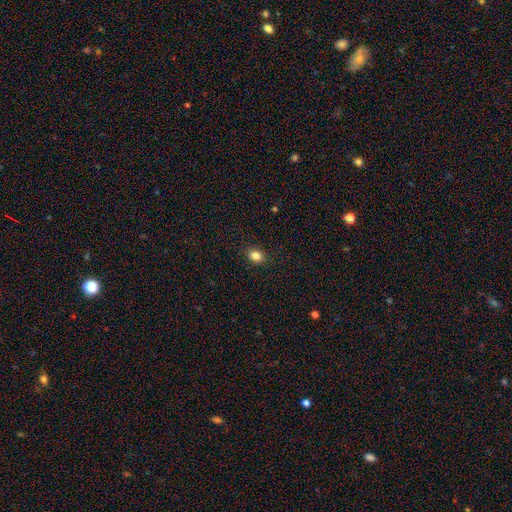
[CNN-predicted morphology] smooth-or-featured: smooth: 84% | star or artifact: 11% | featured or disk: 5%
  how-rounded: in between: 64% | round: 35% | cigar-shaped: 1%
  merging: none: 89% | minor disturbance: 8% | major disturbance: 2% | merger: 1%